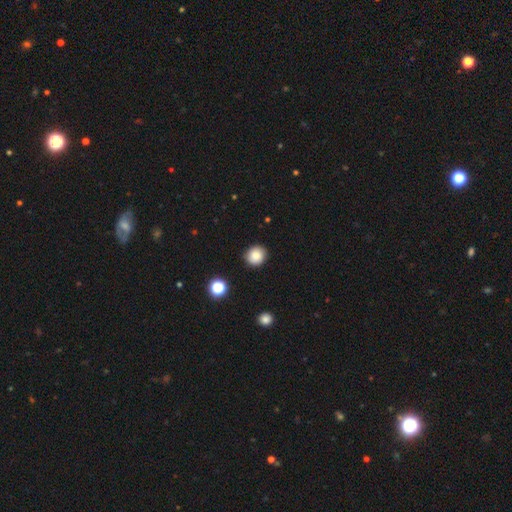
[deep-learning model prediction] smooth_or_featured: smooth (p=0.84) [alt: star or artifact p=0.10]
how_rounded: round (p=0.85) [alt: in between p=0.14]
merging: none (p=0.88) [alt: minor disturbance p=0.08]